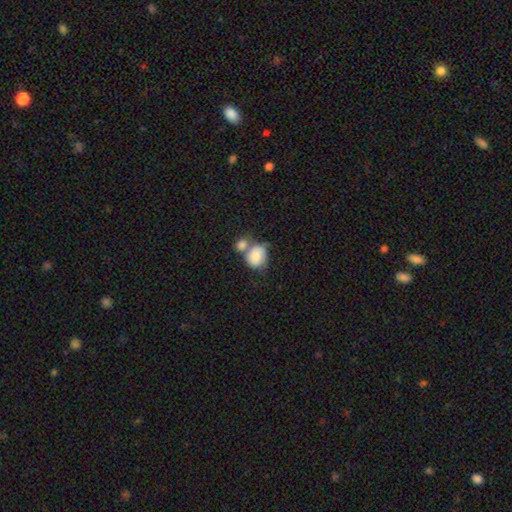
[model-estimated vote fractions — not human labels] smooth-or-featured: smooth: 78% | featured or disk: 15% | star or artifact: 7%
  how-rounded: round: 61% | in between: 38% | cigar-shaped: 1%
  merging: merger: 55% | none: 25% | minor disturbance: 13% | major disturbance: 7%